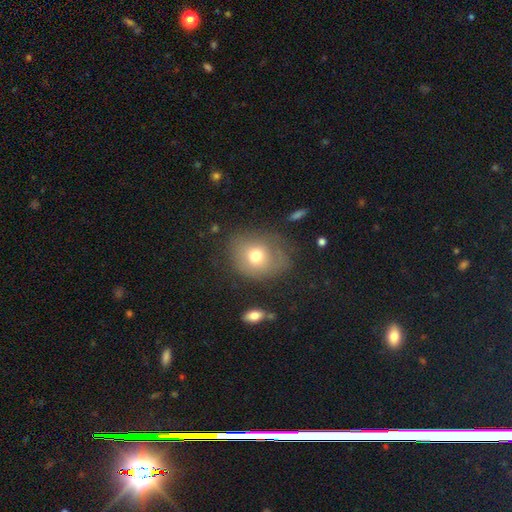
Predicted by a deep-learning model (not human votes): smooth-or-featured: smooth: 70% | featured or disk: 19% | star or artifact: 11%
  how-rounded: round: 56% | in between: 43% | cigar-shaped: 1%
  merging: none: 57% | minor disturbance: 24% | major disturbance: 16% | merger: 3%